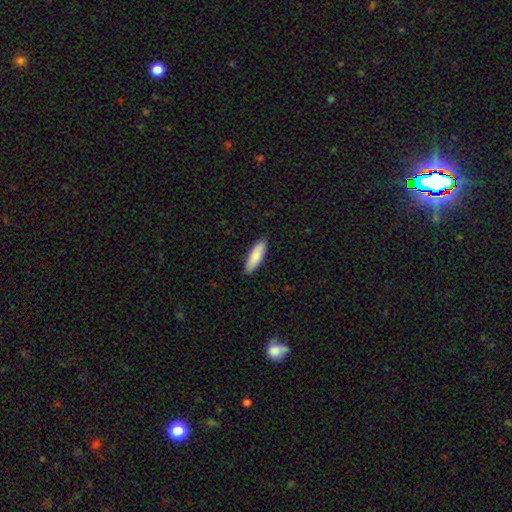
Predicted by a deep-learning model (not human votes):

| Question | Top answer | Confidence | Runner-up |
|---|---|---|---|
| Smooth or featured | smooth | 85% | featured or disk (9%) |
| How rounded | in between | 50% | cigar-shaped (49%) |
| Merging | none | 88% | minor disturbance (9%) |